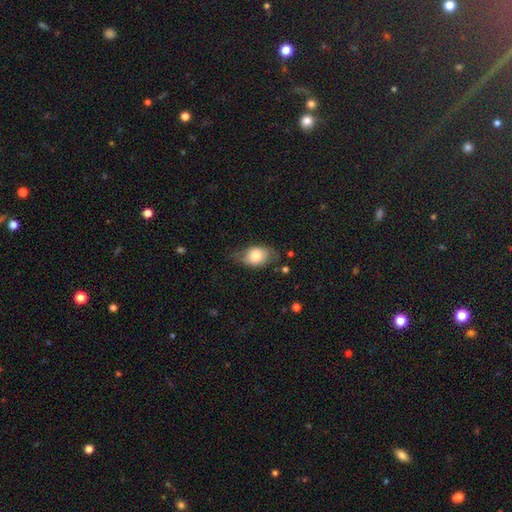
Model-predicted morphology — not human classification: A smooth galaxy with no disk features (72%) that is in between round and cigar-shaped (77%).

Vote fractions:
- Smooth or featured? smooth: 72% / featured or disk: 20% / star or artifact: 7%
- How rounded? in between: 77% / round: 21% / cigar-shaped: 2%
- Merging? none: 58% / minor disturbance: 29% / major disturbance: 11% / merger: 2%